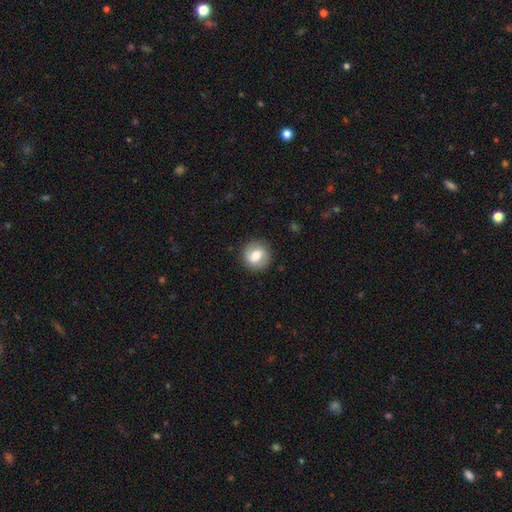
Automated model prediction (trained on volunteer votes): This appears to be a smooth galaxy with no disk features (60%) that is round (86%). Merging: none (87%).